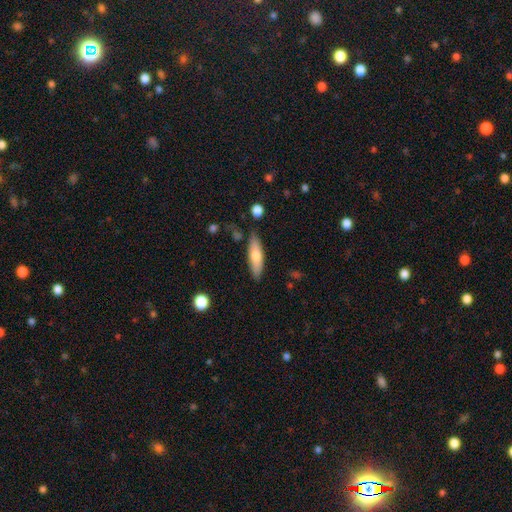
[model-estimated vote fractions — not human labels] This is likely a smooth galaxy (68%). How rounded: possibly cigar-shaped (57%). Merging: clearly none (81%).